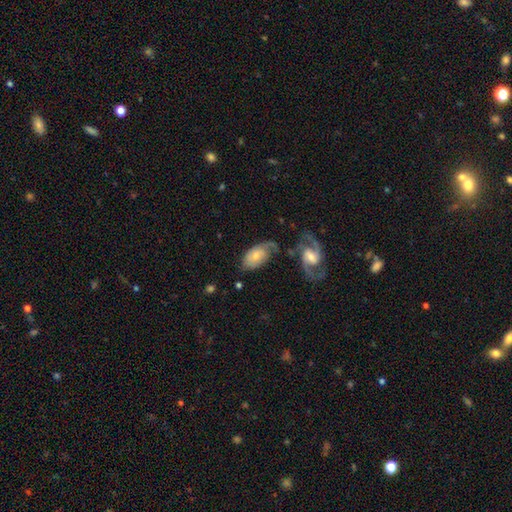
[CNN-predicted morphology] Smooth or featured? Predicted: featured or disk (p=0.52). Edge-on disk? Predicted: no (p=0.93). Merging? Predicted: none (p=0.45).